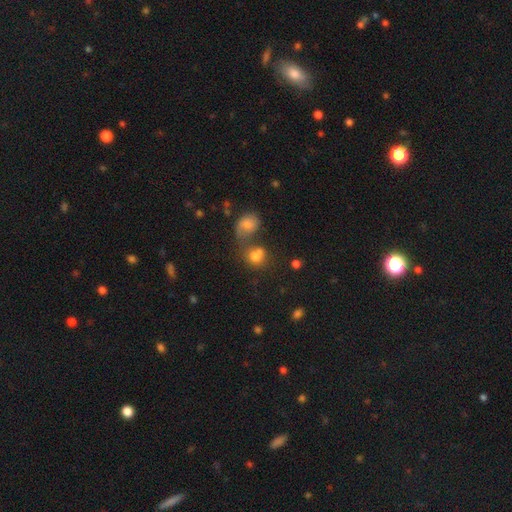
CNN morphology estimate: Smooth or featured: smooth — 73% (featured or disk — 14%)
How rounded: round — 71% (in between — 28%)
Merging: merger — 49% (none — 33%)